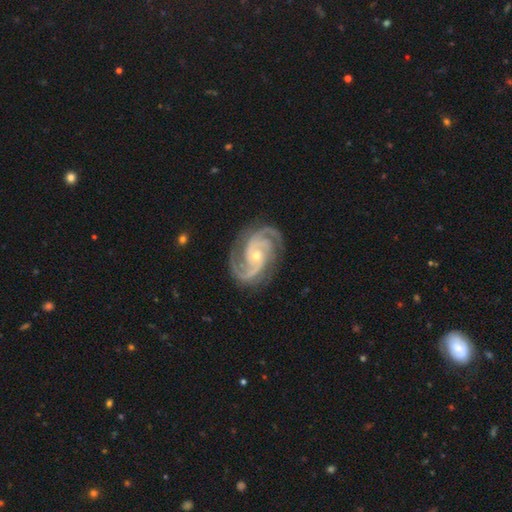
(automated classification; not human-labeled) A featured or disk galaxy (94%) with no bar (63%), 2 (51%) medium (48%) spiral arms (99%) and a small central bulge (63%).

Vote fractions:
- Smooth or featured? featured or disk: 94% / star or artifact: 4% / smooth: 2%
- Edge-on disk? no: 98% / yes: 2%
- Bar? no: 63% / weak: 27% / strong: 10%
- Spiral arms? yes: 99% / no: 1%
- Spiral winding? medium: 48% / tight: 46% / loose: 7%
- Spiral arm count? 2: 51% / 3: 31% / 4: 5% / can't tell: 5% / 1: 4% / more than 4: 4%
- Bulge size? small: 63% / moderate: 35% / large: 1% / none: 1% / dominant: 1%
- Merging? none: 80% / minor disturbance: 14% / major disturbance: 5% / merger: 1%